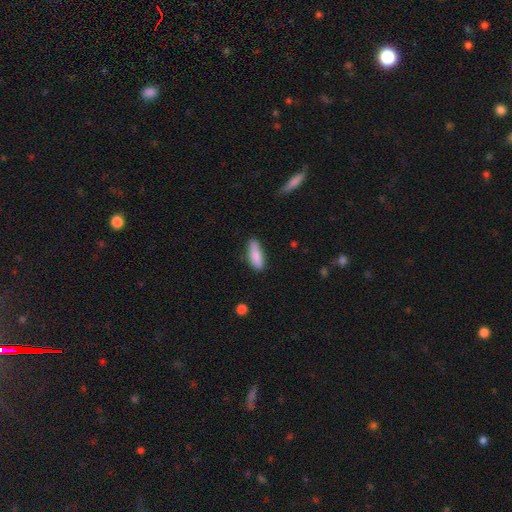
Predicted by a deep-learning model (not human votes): Smooth or featured? smooth (86%)
How rounded? in between (56%)
Merging? none (78%)